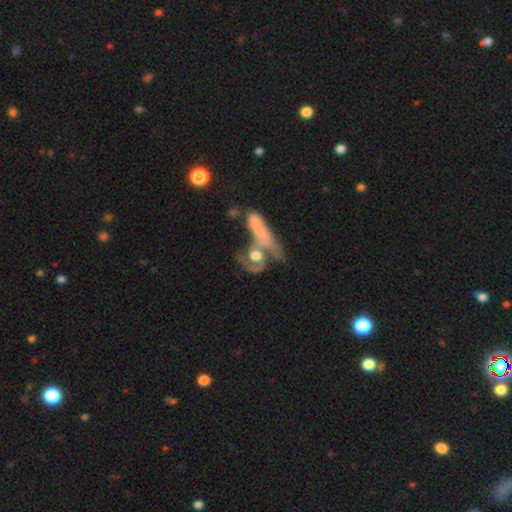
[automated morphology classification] type=featured or disk (64%); edge-on=no (89%); bar=no (77%); spiral arms=yes (65%); bulge=moderate (51%); merging=merger (53%).